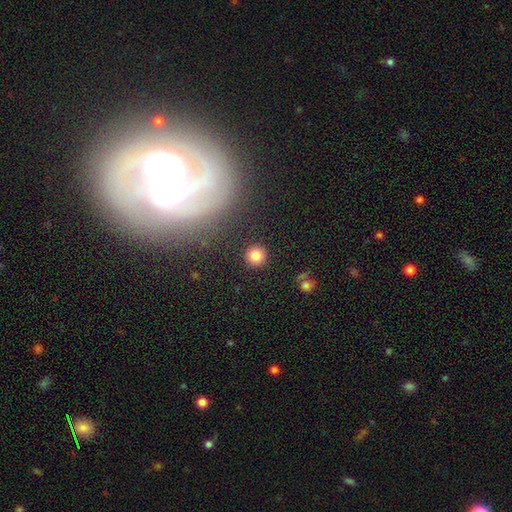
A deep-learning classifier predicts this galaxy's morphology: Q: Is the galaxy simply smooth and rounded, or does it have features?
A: smooth — 83%.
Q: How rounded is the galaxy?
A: round — 95%.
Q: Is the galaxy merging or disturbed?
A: none — 92%.